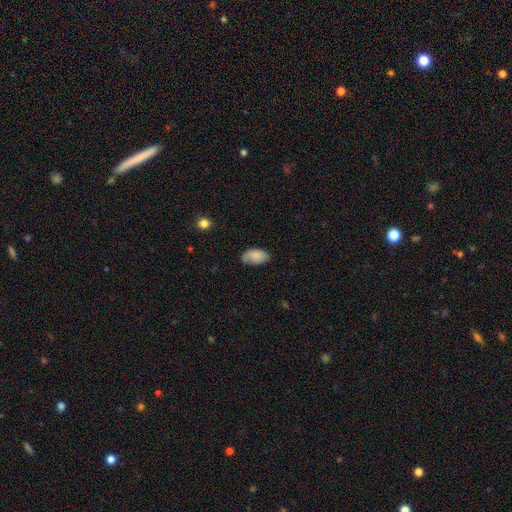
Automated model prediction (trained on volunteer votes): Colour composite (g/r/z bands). It shows a smooth galaxy with no disk features (81%) that is in between round and cigar-shaped (94%). Merging: none (70%).